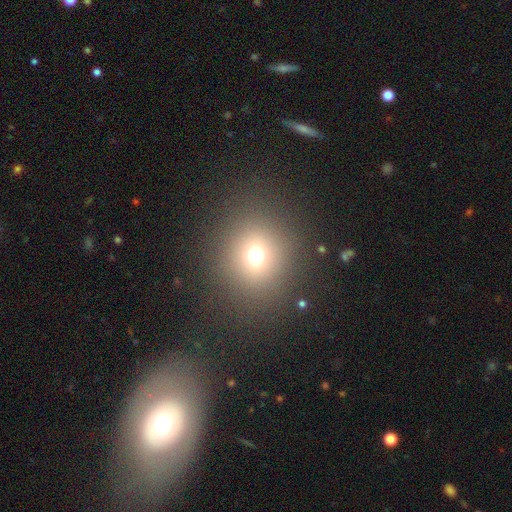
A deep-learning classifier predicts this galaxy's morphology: type=smooth (69%); roundness=round (85%); merging=none (86%).